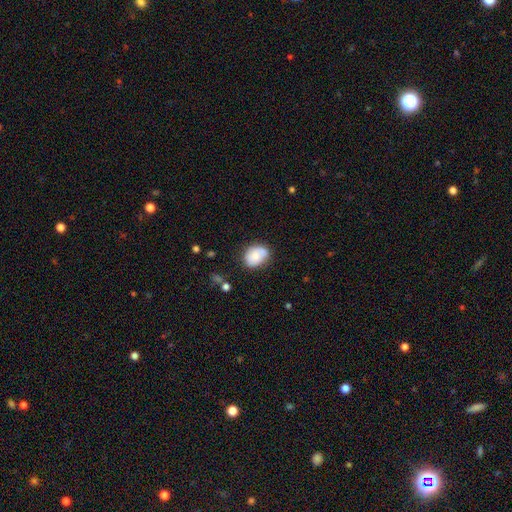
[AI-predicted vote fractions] A smooth galaxy with no disk features (74%) that is in between round and cigar-shaped (63%).

Vote fractions:
- Smooth or featured? smooth: 74% / featured or disk: 19% / star or artifact: 8%
- How rounded? in between: 63% / round: 36% / cigar-shaped: 1%
- Merging? none: 68% / minor disturbance: 23% / major disturbance: 5% / merger: 4%